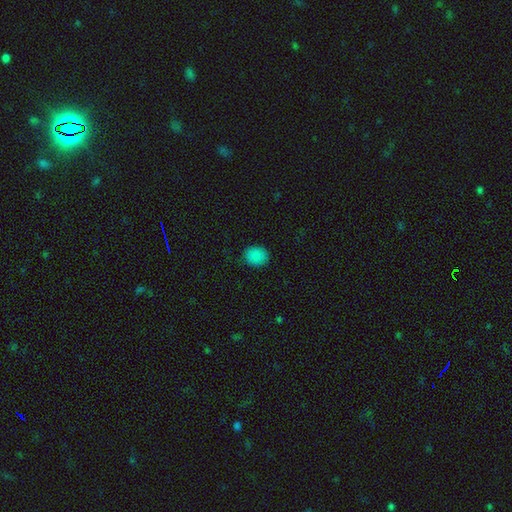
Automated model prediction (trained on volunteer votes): The model was most divided on "how rounded": round: 67%, in between: 32%, cigar-shaped: 1%. More confident: merging — none (86%); smooth or featured — smooth (86%).